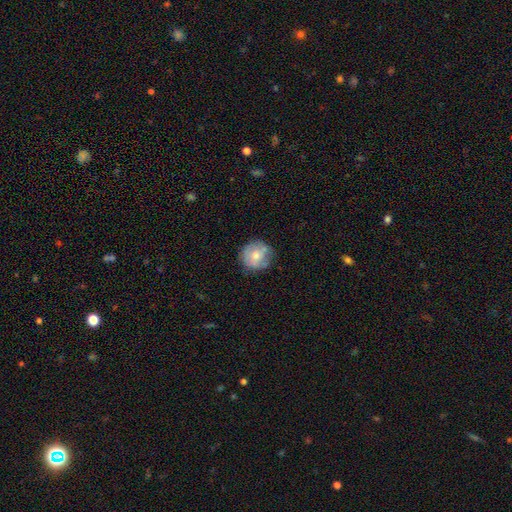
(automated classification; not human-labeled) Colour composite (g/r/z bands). It shows a smooth galaxy with no disk features (58%) that is round (90%). Merging: none (69%).